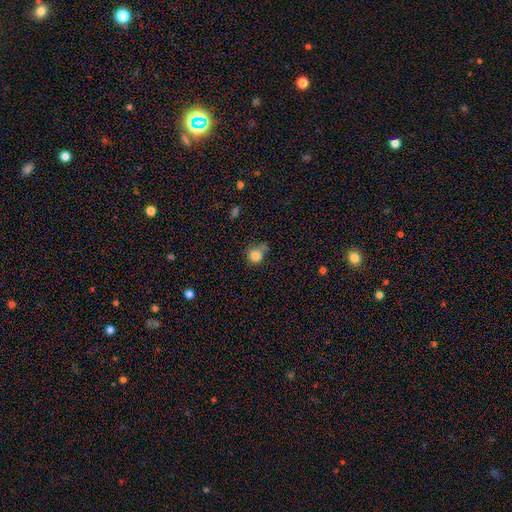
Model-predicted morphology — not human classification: Smooth or featured? smooth (82%)
How rounded? round (78%)
Merging? none (48%)